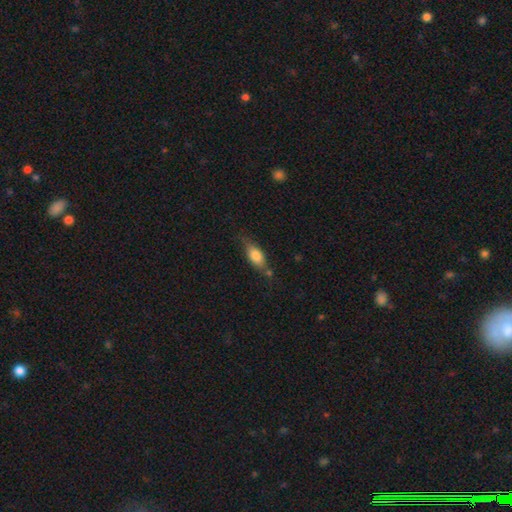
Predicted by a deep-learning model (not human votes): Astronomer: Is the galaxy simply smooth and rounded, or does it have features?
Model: smooth — 75%.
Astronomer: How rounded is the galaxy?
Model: in between — 77%.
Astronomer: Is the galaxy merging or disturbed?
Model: none — 64%.